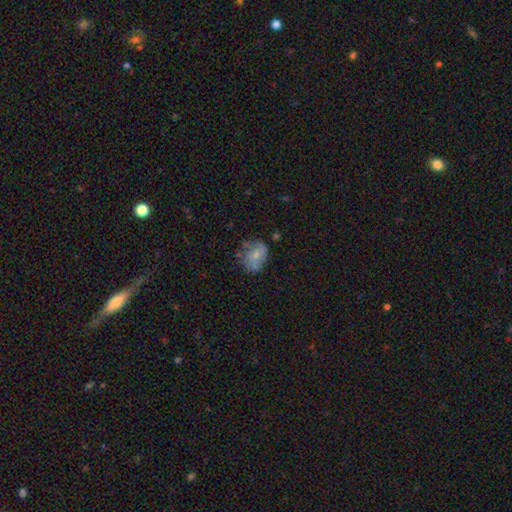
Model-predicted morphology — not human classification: This appears to be a smooth galaxy with no disk features (58%) that is in between round and cigar-shaped (55%). Merging: none (48%).